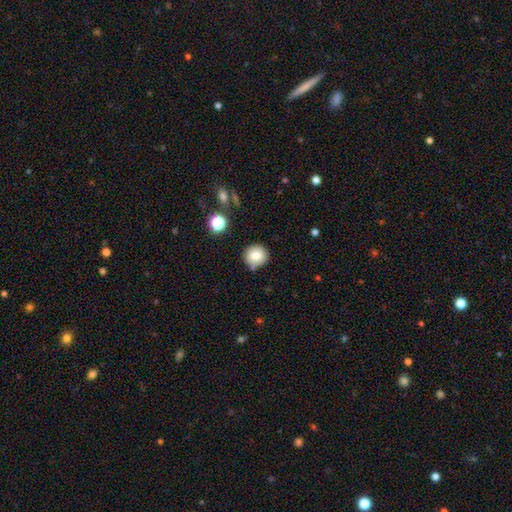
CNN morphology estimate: Smooth or featured?
  - smooth: 80% *
  - star or artifact: 10%
  - featured or disk: 10%
How rounded?
  - round: 93% *
  - in between: 6%
  - cigar-shaped: 1%
Merging?
  - none: 80% *
  - minor disturbance: 12%
  - merger: 5%
  - major disturbance: 3%